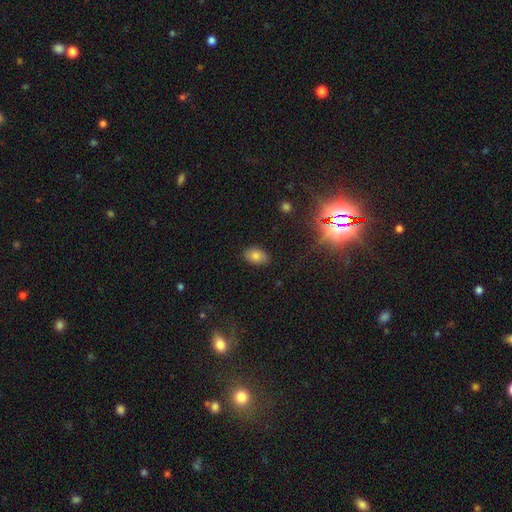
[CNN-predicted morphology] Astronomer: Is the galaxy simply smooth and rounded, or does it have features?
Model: smooth — 77%.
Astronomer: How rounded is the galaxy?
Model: in between — 86%.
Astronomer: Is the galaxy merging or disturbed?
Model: none — 81%.